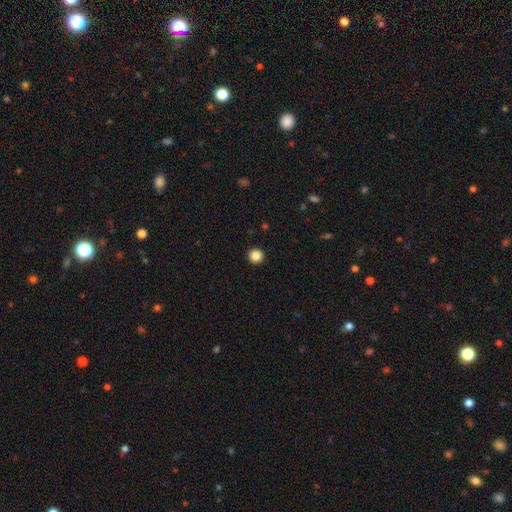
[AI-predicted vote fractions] This is clearly a smooth galaxy (86%). How rounded: clearly round (96%). Merging: clearly none (94%).